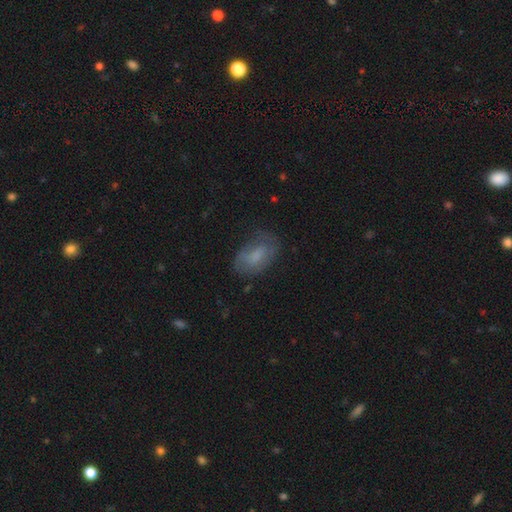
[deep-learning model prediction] This is likely a smooth galaxy (64%). How rounded: clearly in between (90%). Merging: likely none (61%).